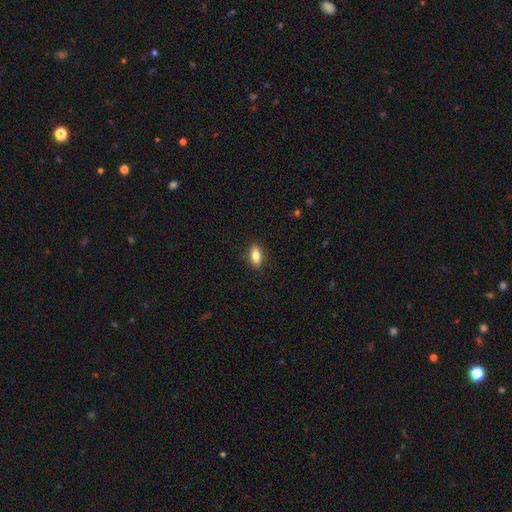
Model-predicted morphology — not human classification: Smooth or featured? Predicted: smooth (p=0.78). How rounded? Predicted: in between (p=0.82). Merging? Predicted: none (p=0.89).